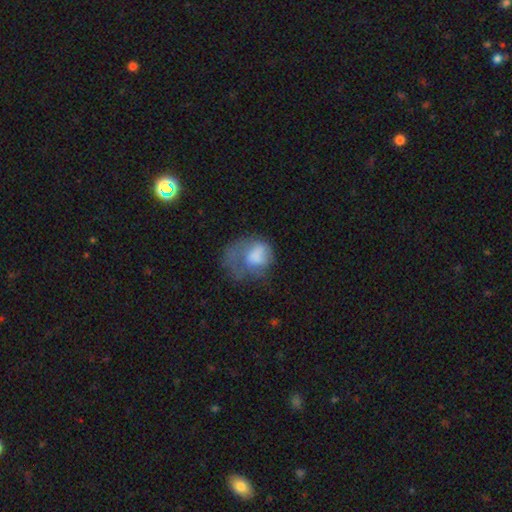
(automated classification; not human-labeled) This is likely a smooth galaxy (60%). How rounded: possibly in between (50%). Merging: possibly major disturbance (54%).